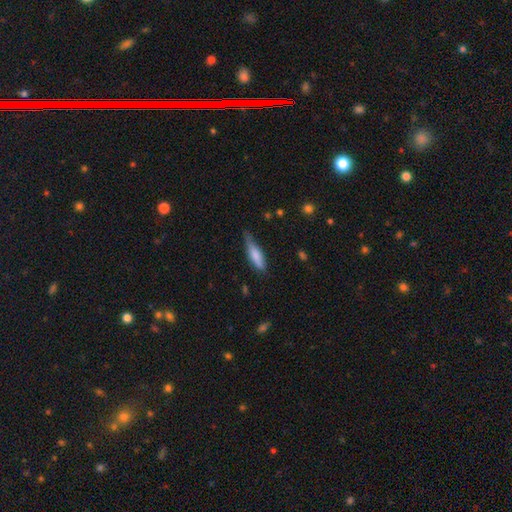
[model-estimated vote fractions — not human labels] The model was most divided on "merging": none: 51%, minor disturbance: 38%, major disturbance: 8%, merger: 2%. More confident: smooth or featured — smooth (76%); how rounded — cigar-shaped (61%).